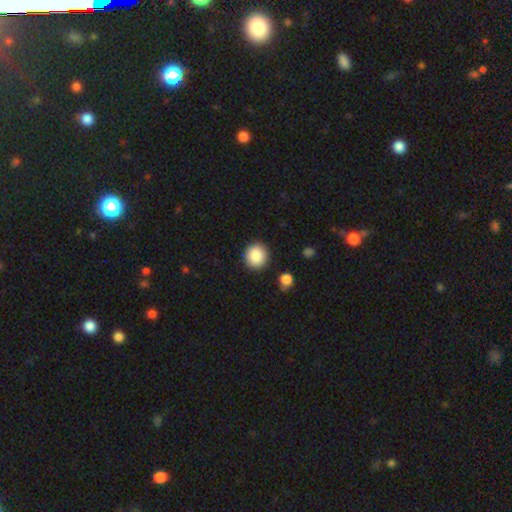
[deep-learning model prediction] A smooth galaxy with no disk features (87%) that is round (90%). Merging: none (90%).